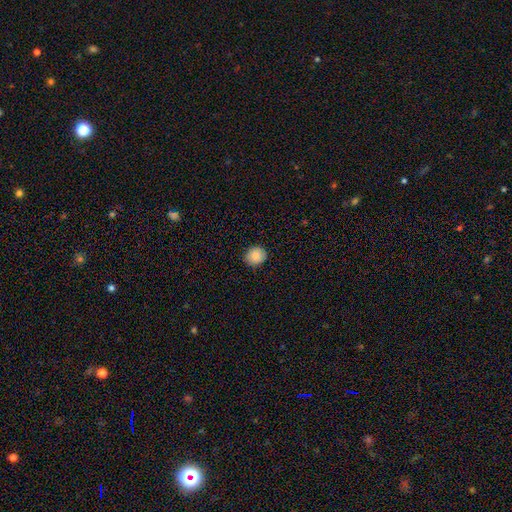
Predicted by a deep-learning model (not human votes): This appears to be a smooth galaxy with no disk features (84%) that is round (81%). Merging: none (88%).